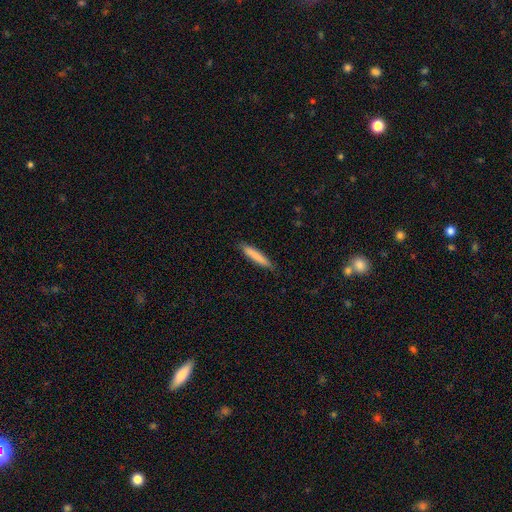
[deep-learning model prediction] Morphology: type=smooth (82%); roundness=cigar-shaped (91%); merging=none (89%).